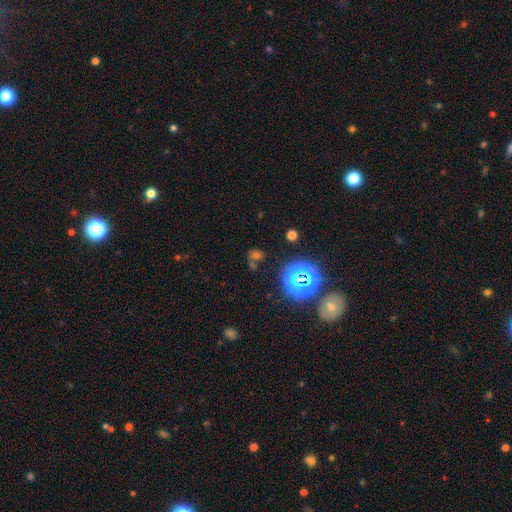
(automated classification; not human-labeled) Smooth or featured?
  - star or artifact: 50% *
  - smooth: 40%
  - featured or disk: 10%